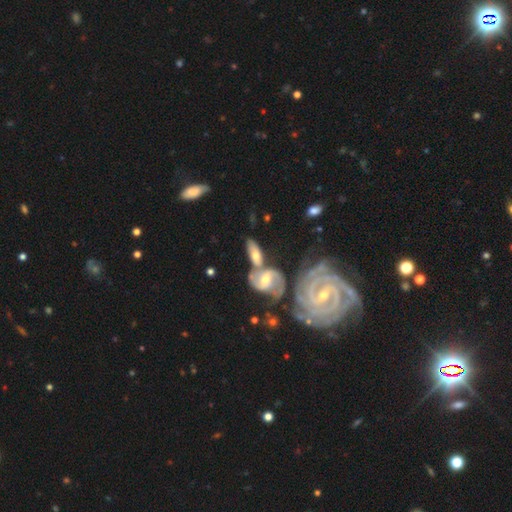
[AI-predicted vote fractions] The model was most divided on "merging": merger: 42%, none: 37%, minor disturbance: 14%, major disturbance: 7%. More confident: edge-on disk — no (88%); smooth or featured — featured or disk (53%).